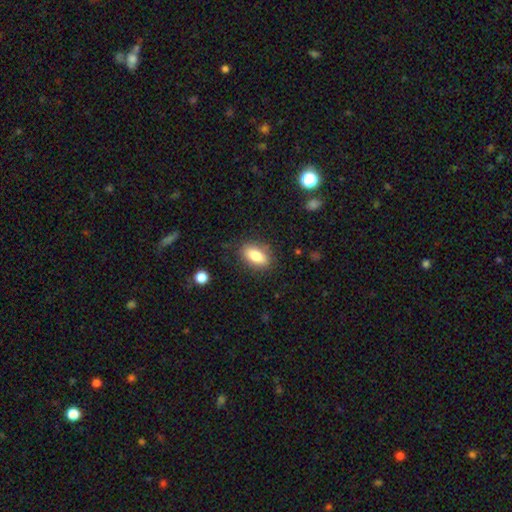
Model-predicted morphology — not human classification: The model was most divided on "smooth or featured": smooth: 82%, featured or disk: 10%, star or artifact: 8%. More confident: how rounded — in between (86%); merging — none (84%).